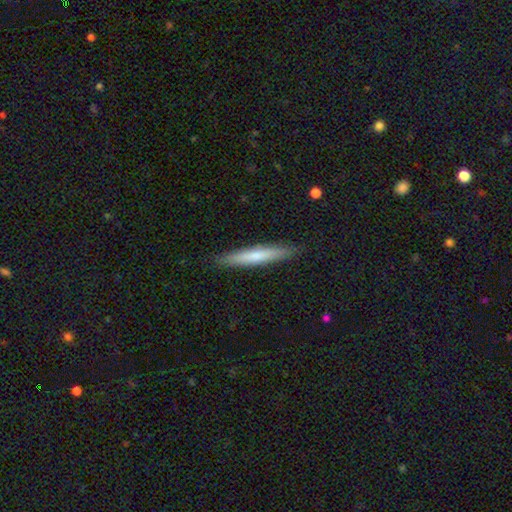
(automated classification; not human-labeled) A smooth galaxy with no disk features (66%) that is cigar-shaped (94%).

Vote fractions:
- Smooth or featured? smooth: 66% / featured or disk: 28% / star or artifact: 6%
- How rounded? cigar-shaped: 94% / in between: 5% / round: 1%
- Merging? none: 90% / minor disturbance: 7% / major disturbance: 2% / merger: 1%